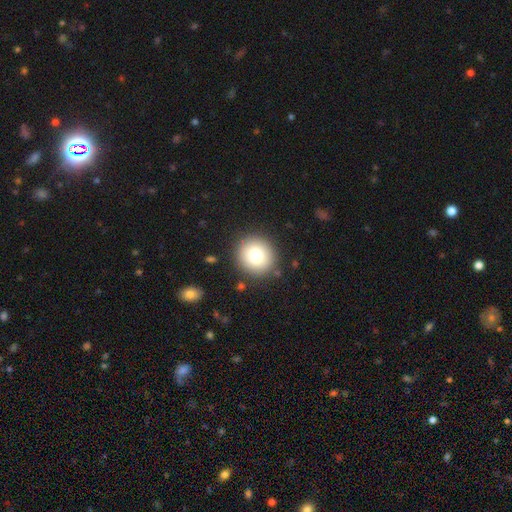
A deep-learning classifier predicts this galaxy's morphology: smooth_or_featured: smooth (p=0.79) [alt: featured or disk p=0.11]
how_rounded: round (p=0.91) [alt: in between p=0.08]
merging: none (p=0.89) [alt: minor disturbance p=0.07]